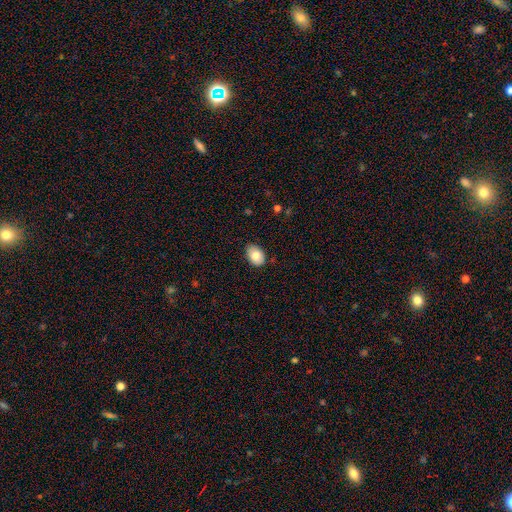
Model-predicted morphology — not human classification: Overall: smooth (82%). How rounded: in between (81%). Merging: none (84%).